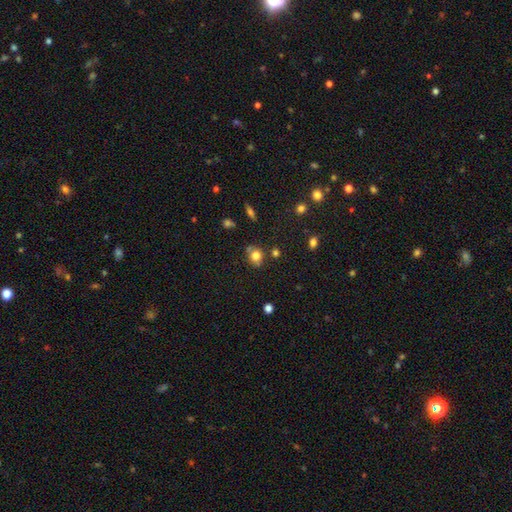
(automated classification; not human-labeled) This is likely a smooth galaxy (76%). How rounded: likely round (74%). Merging: likely none (70%).